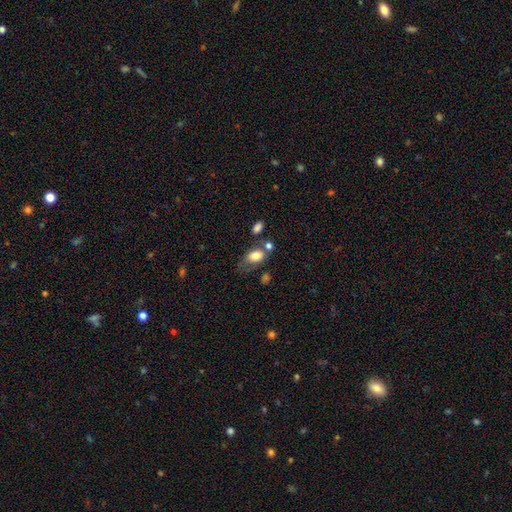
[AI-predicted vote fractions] Q: Smooth or featured?
A: smooth (79%); runner-up: featured or disk (13%)
Q: How rounded?
A: in between (86%); runner-up: round (12%)
Q: Merging?
A: none (42%); runner-up: minor disturbance (22%)